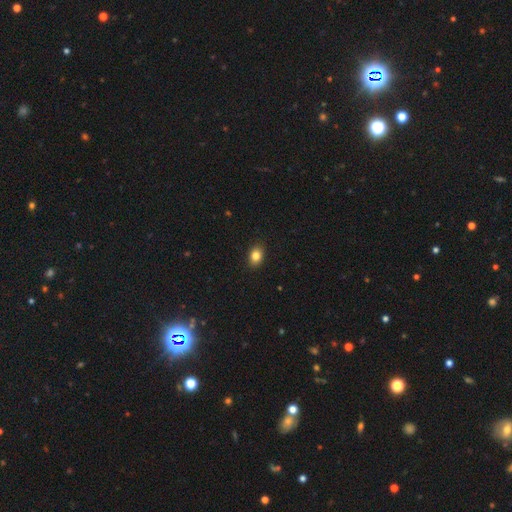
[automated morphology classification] type=smooth (83%); roundness=in between (70%); merging=none (90%).